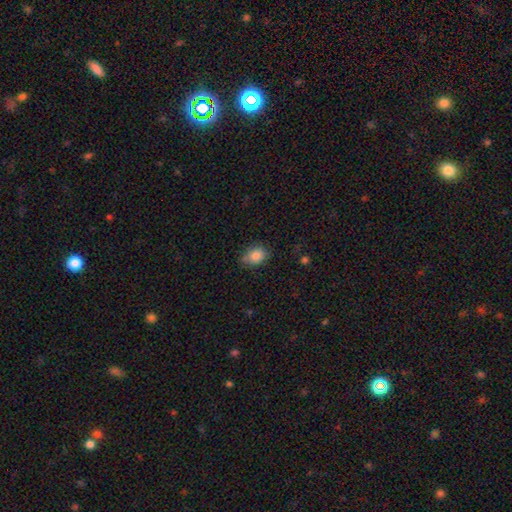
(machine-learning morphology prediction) smooth_or_featured: smooth (p=0.85) [alt: star or artifact p=0.09]
how_rounded: in between (p=0.58) [alt: round p=0.40]
merging: none (p=0.70) [alt: minor disturbance p=0.23]